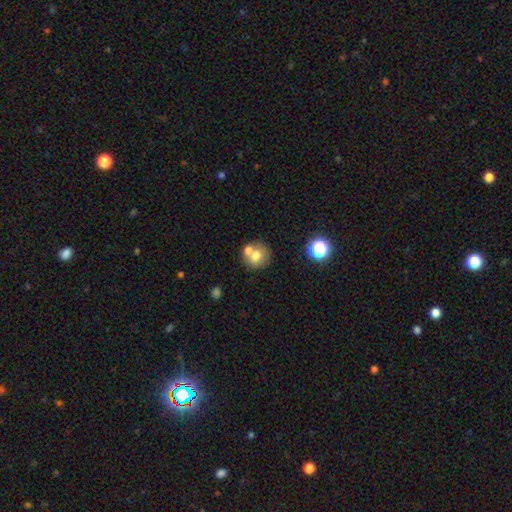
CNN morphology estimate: smooth 70%, featured or disk 18%, star or artifact 11%. Down the decision tree: how rounded — round (85%); merging — none (54%).